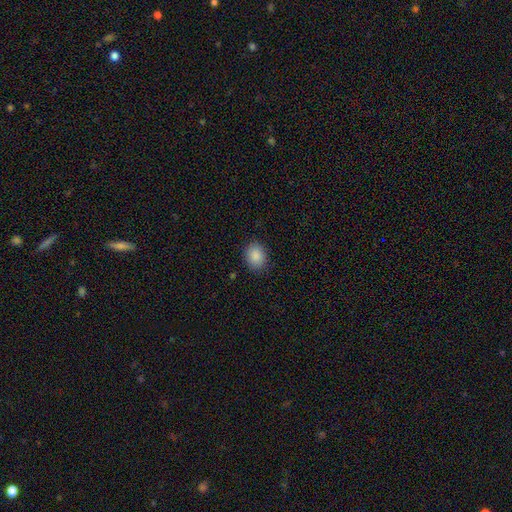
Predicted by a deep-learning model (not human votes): A smooth galaxy with no disk features (88%) that is round (50%). Merging: none (87%).